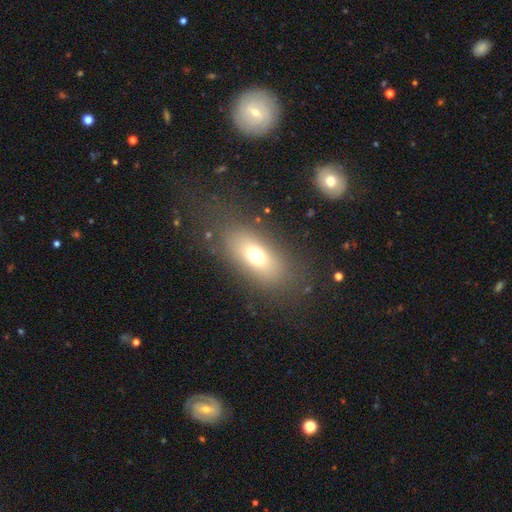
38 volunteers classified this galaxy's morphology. smooth 58%, featured or disk 34%, star or artifact 8%. Down the decision tree: how rounded — in between (82%); merging — none (86%).